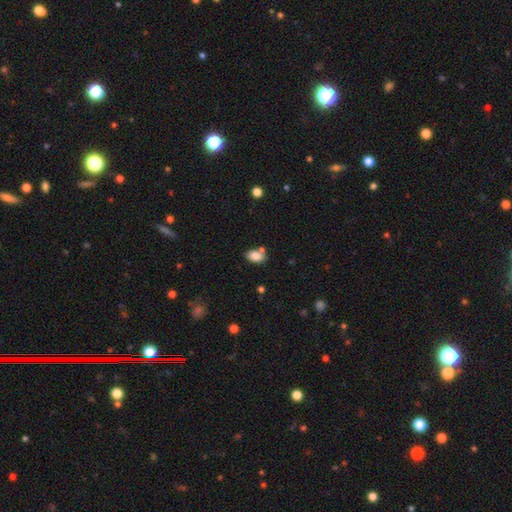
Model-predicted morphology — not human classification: This appears to be a smooth galaxy with no disk features (83%) that is in between round and cigar-shaped (87%). Merging: none (65%).